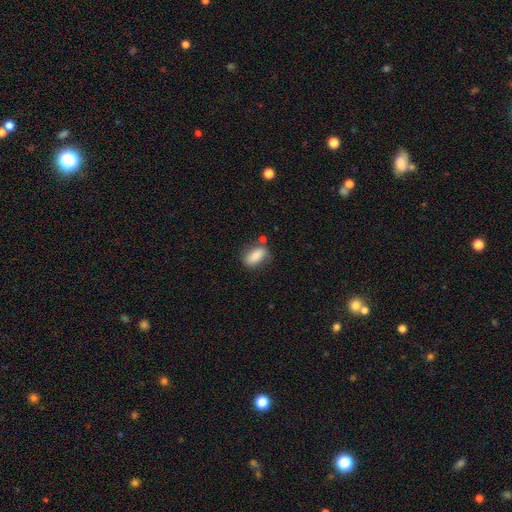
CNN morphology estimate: This appears to be a smooth galaxy with no disk features (81%) that is in between round and cigar-shaped (88%). Merging: none (65%).